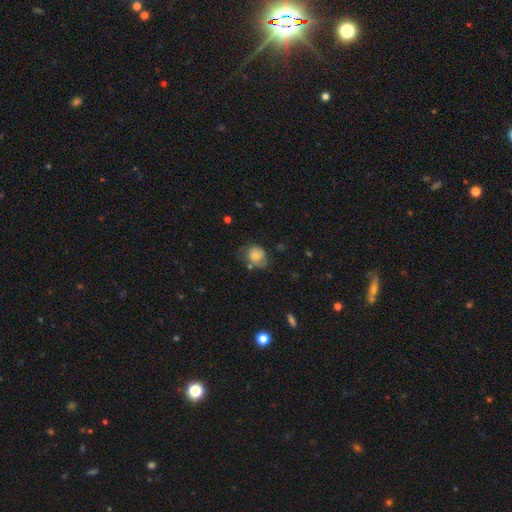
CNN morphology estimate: smooth_or_featured: smooth (p=0.68) [alt: featured or disk p=0.23]
how_rounded: round (p=0.58) [alt: in between p=0.41]
merging: none (p=0.47) [alt: minor disturbance p=0.32]